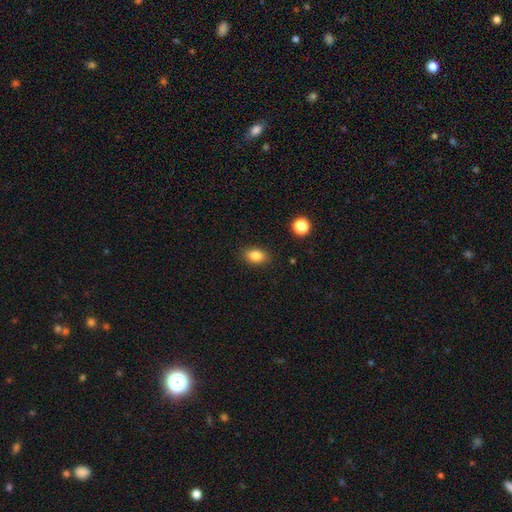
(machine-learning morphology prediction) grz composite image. It shows a smooth galaxy with no disk features (84%) that is in between round and cigar-shaped (84%). Merging: none (87%).